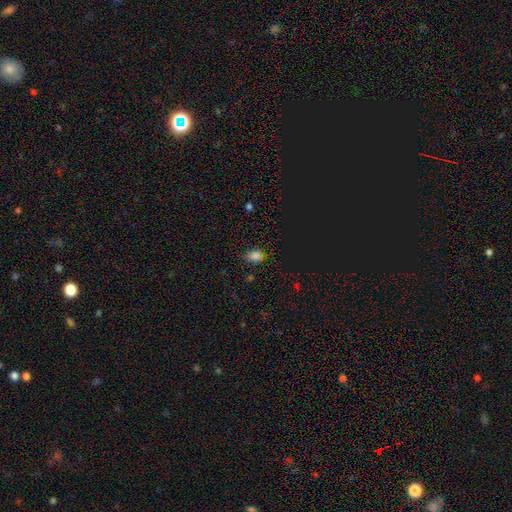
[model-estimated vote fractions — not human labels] This appears to be a smooth galaxy with no disk features (73%) that is in between round and cigar-shaped (68%). Merging: none (72%).